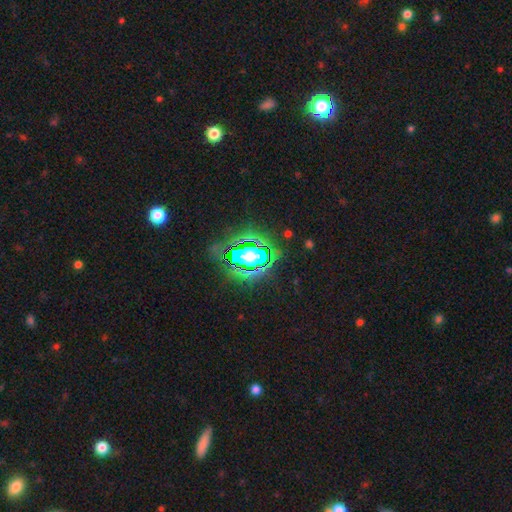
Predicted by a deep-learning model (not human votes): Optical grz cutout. It shows a star or artifact, not a galaxy (79%).